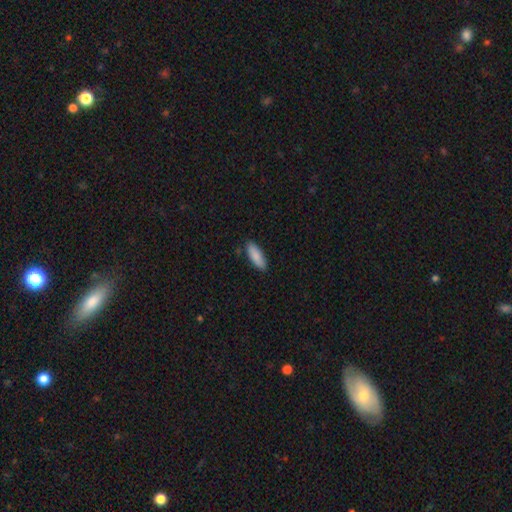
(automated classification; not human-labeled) Smooth or featured?
  - smooth: 87% *
  - featured or disk: 7%
  - star or artifact: 6%
How rounded?
  - in between: 69% *
  - cigar-shaped: 30%
  - round: 2%
Merging?
  - none: 84% *
  - minor disturbance: 12%
  - major disturbance: 2%
  - merger: 2%